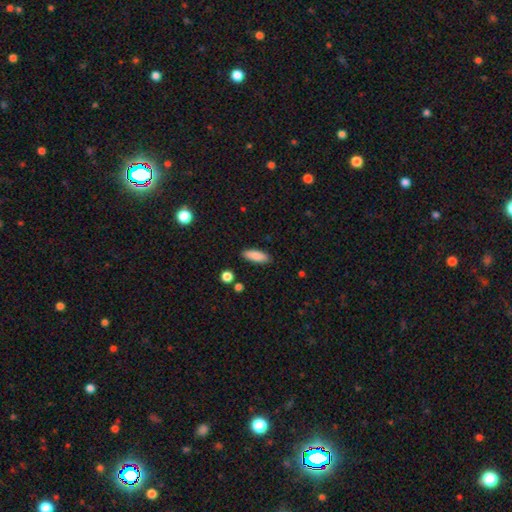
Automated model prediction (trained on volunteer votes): smooth_or_featured: smooth (p=0.86) [alt: featured or disk p=0.08]
how_rounded: in between (p=0.65) [alt: cigar-shaped p=0.33]
merging: none (p=0.88) [alt: minor disturbance p=0.09]